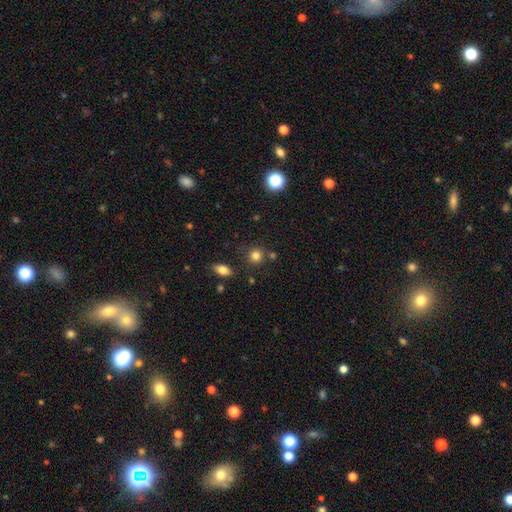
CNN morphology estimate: Overall: smooth (81%). How rounded: round (87%). Merging: none (78%).